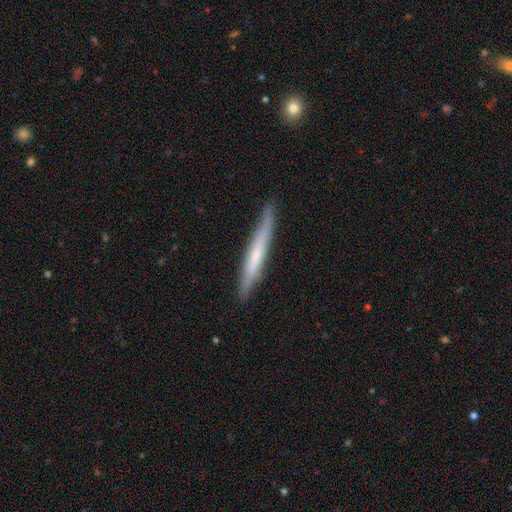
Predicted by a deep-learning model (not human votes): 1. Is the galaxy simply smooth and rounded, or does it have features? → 48% featured or disk, 47% smooth, 6% star or artifact.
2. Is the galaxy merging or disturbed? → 86% none, 11% minor disturbance, 2% major disturbance, 1% merger.